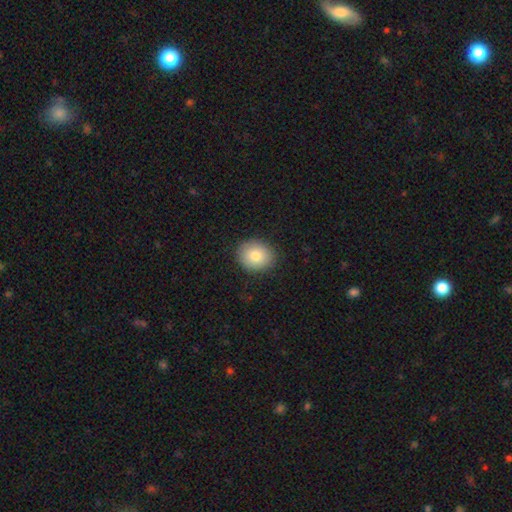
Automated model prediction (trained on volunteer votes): Smooth or featured? Predicted: smooth (p=0.81). How rounded? Predicted: round (p=0.67). Merging? Predicted: none (p=0.88).